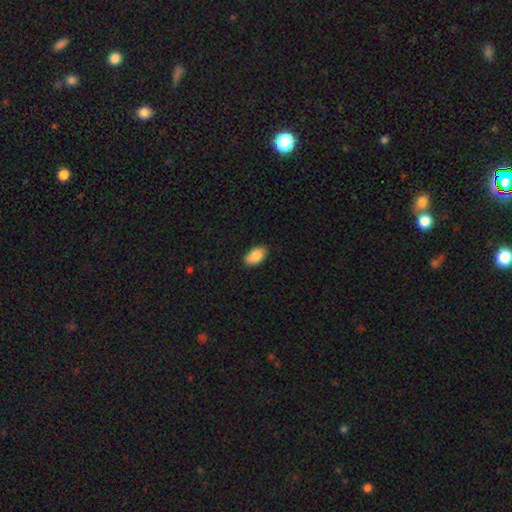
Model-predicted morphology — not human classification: smooth_or_featured: smooth (p=0.87) [alt: star or artifact p=0.07]
how_rounded: in between (p=0.93) [alt: round p=0.05]
merging: none (p=0.80) [alt: minor disturbance p=0.17]